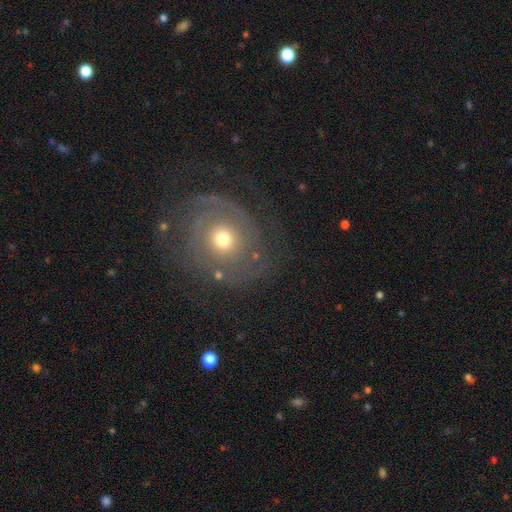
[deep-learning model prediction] Morphology: type=featured or disk (68%); edge-on=no (96%); bar=no (83%); spiral arms=yes (78%); winding=tight (65%); arm count=can't tell (37%); bulge=moderate (64%); merging=none (75%).